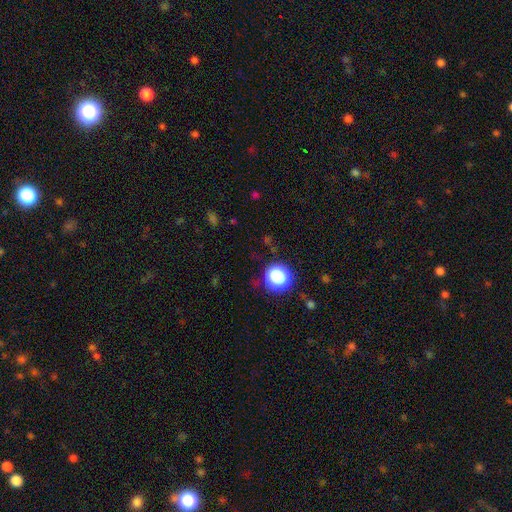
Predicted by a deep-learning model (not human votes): Q: Smooth or featured?
A: smooth (49%); runner-up: star or artifact (43%)
Q: Merging?
A: none (78%); runner-up: minor disturbance (11%)